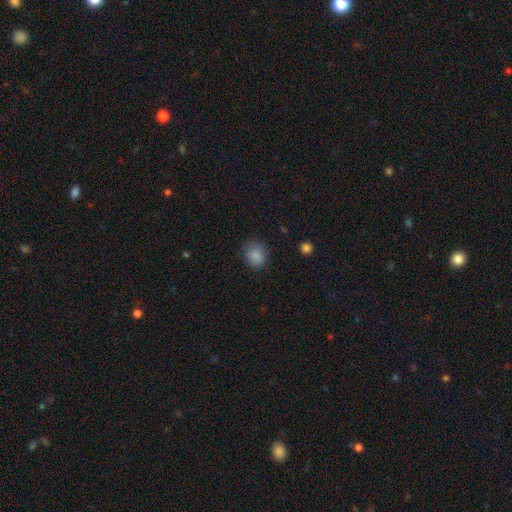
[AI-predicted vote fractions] Smooth or featured?
  - smooth: 86% *
  - star or artifact: 10%
  - featured or disk: 4%
How rounded?
  - round: 61% *
  - in between: 38%
  - cigar-shaped: 1%
Merging?
  - none: 80% *
  - minor disturbance: 15%
  - major disturbance: 4%
  - merger: 1%